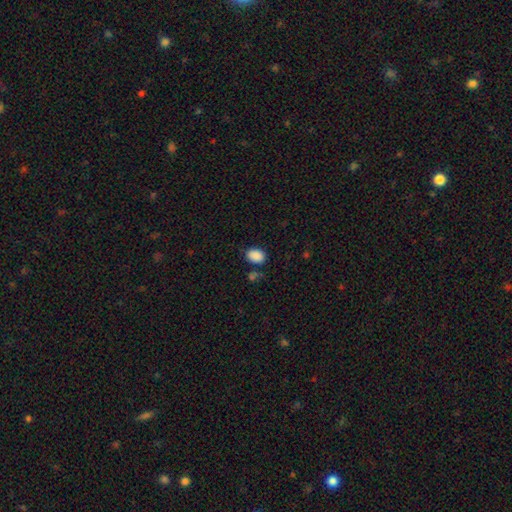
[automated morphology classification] Smooth or featured? Predicted: smooth (p=0.89). How rounded? Predicted: in between (p=0.75). Merging? Predicted: none (p=0.79).